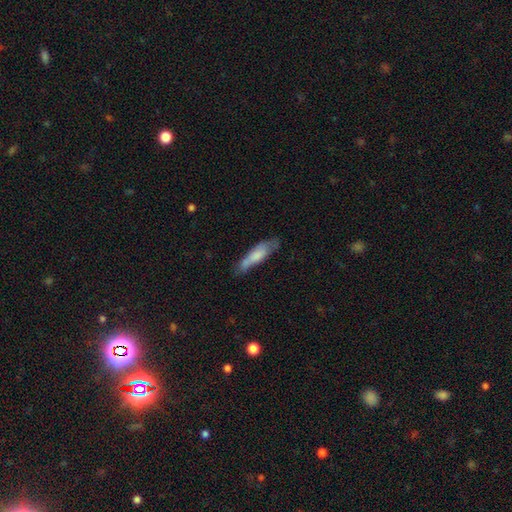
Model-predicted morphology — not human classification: A smooth galaxy with no disk features (67%) that is cigar-shaped (68%).

Vote fractions:
- Smooth or featured? smooth: 67% / featured or disk: 26% / star or artifact: 6%
- How rounded? cigar-shaped: 68% / in between: 30% / round: 2%
- Merging? none: 54% / minor disturbance: 30% / major disturbance: 10% / merger: 5%